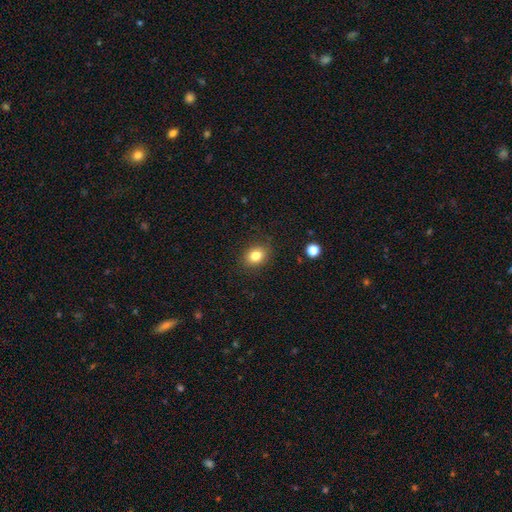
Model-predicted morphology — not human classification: Smooth or featured: smooth — 82% (star or artifact — 11%)
How rounded: in between — 52% (round — 47%)
Merging: none — 86% (minor disturbance — 10%)